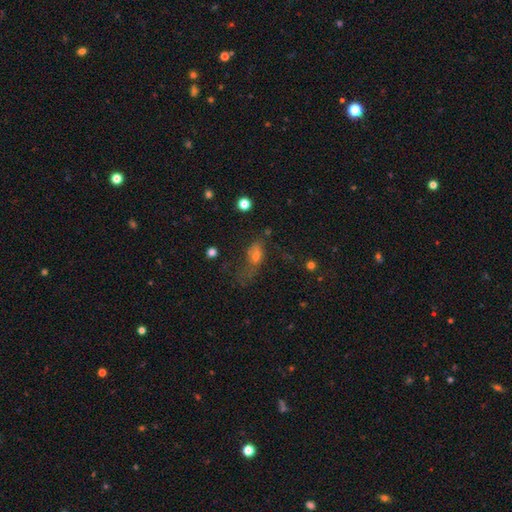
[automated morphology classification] A smooth galaxy with no disk features (54%) that is in between round and cigar-shaped (73%).

Vote fractions:
- Smooth or featured? smooth: 54% / featured or disk: 27% / star or artifact: 20%
- How rounded? in between: 73% / round: 15% / cigar-shaped: 11%
- Merging? major disturbance: 44% / none: 30% / minor disturbance: 21% / merger: 6%